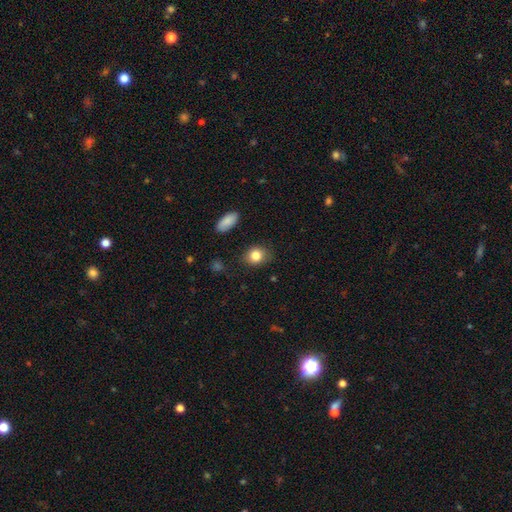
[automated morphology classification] type=smooth (84%); roundness=round (57%); merging=none (83%).